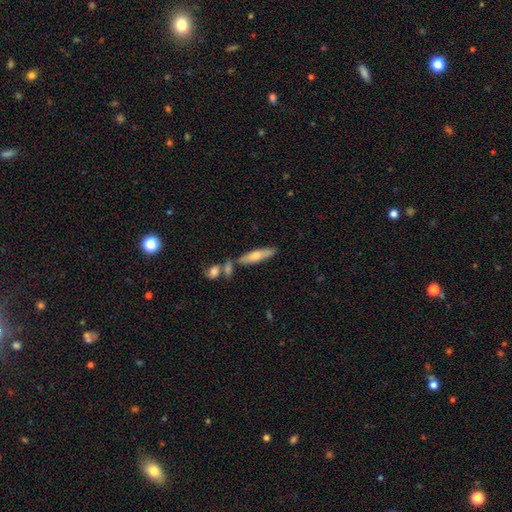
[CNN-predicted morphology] A smooth galaxy with no disk features (47%). Merging: none (71%).